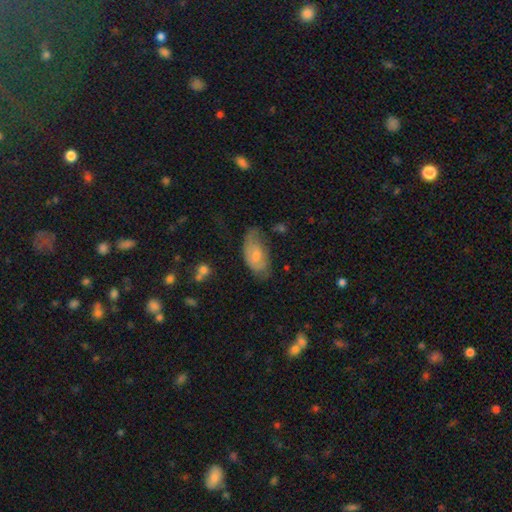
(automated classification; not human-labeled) Smooth or featured? smooth (50%)
Merging? none (46%)